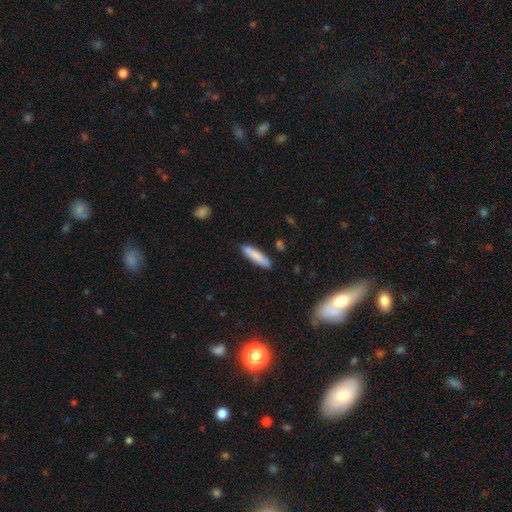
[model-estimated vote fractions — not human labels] The model was most divided on "how rounded": cigar-shaped: 80%, in between: 18%, round: 1%. More confident: merging — none (83%); smooth or featured — smooth (82%).